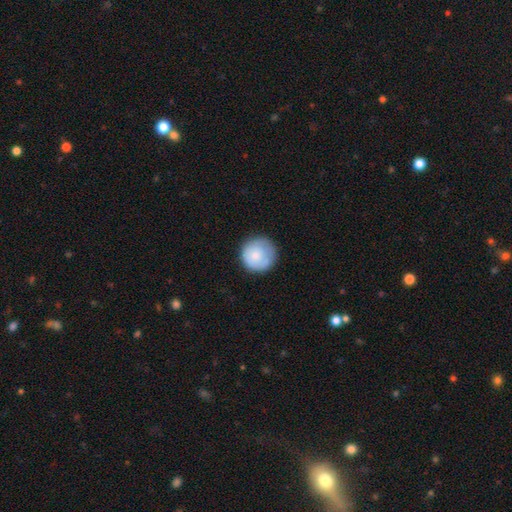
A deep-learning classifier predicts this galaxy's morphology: smooth_or_featured: smooth (p=0.77) [alt: featured or disk p=0.17]
how_rounded: round (p=0.95) [alt: in between p=0.04]
merging: none (p=0.76) [alt: minor disturbance p=0.17]